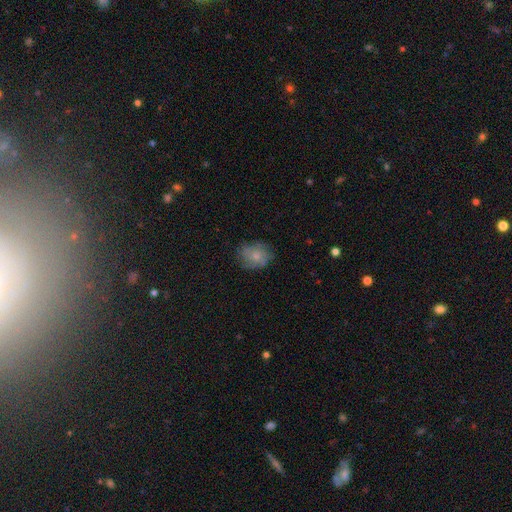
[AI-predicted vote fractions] smooth_or_featured: smooth (p=0.71) [alt: featured or disk p=0.21]
how_rounded: round (p=0.58) [alt: in between p=0.41]
merging: none (p=0.70) [alt: minor disturbance p=0.21]